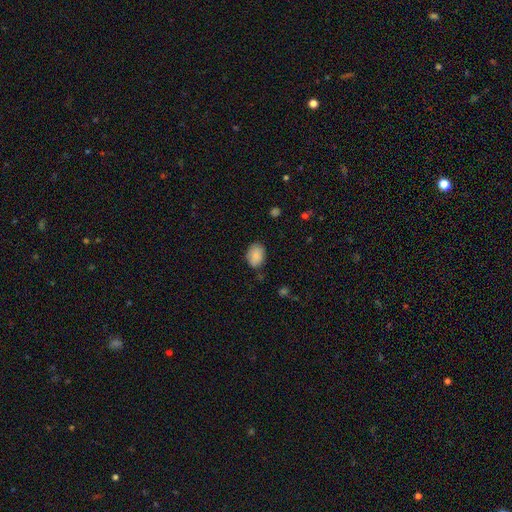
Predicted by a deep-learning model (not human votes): Overall: smooth (87%). How rounded: in between (74%). Merging: none (77%).